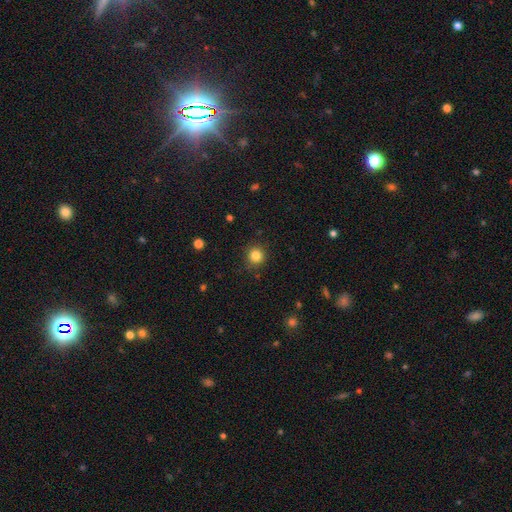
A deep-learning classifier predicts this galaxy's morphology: This is clearly a smooth galaxy (83%). How rounded: clearly round (94%). Merging: clearly none (89%).